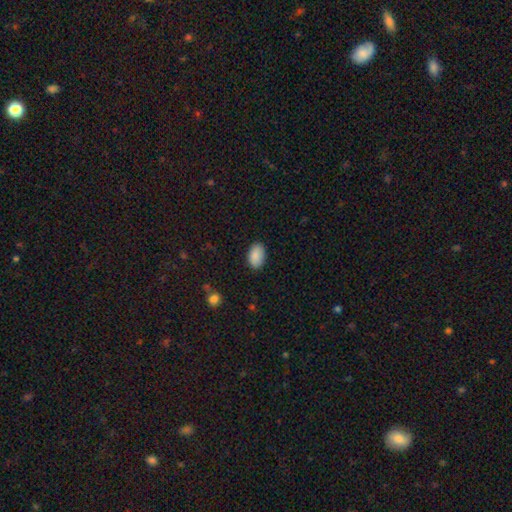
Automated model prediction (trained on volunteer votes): smooth-or-featured: smooth: 89% | star or artifact: 7% | featured or disk: 4%
  how-rounded: in between: 93% | round: 6% | cigar-shaped: 1%
  merging: none: 87% | minor disturbance: 9% | major disturbance: 2% | merger: 1%